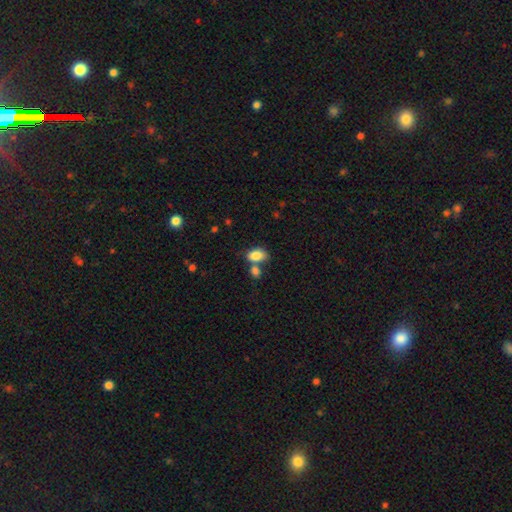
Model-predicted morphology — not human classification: Q: Smooth or featured?
A: smooth (84%); runner-up: star or artifact (8%)
Q: How rounded?
A: in between (87%); runner-up: round (12%)
Q: Merging?
A: none (47%); runner-up: merger (35%)